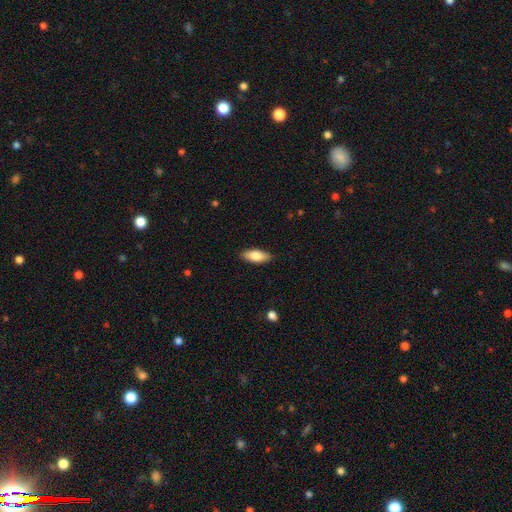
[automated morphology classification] type=smooth (81%); roundness=in between (81%); merging=none (88%).